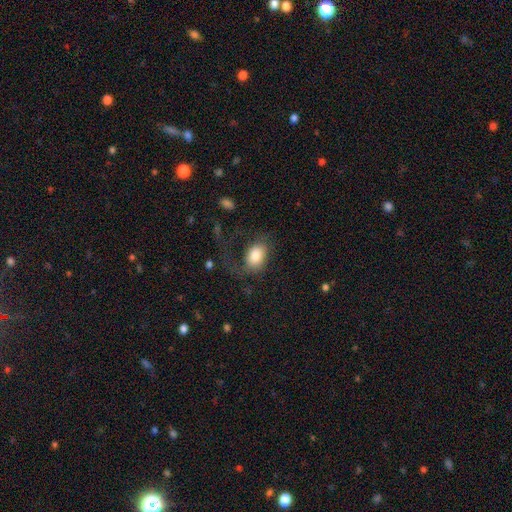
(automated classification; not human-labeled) Smooth or featured? smooth (77%)
How rounded? in between (80%)
Merging? none (43%)